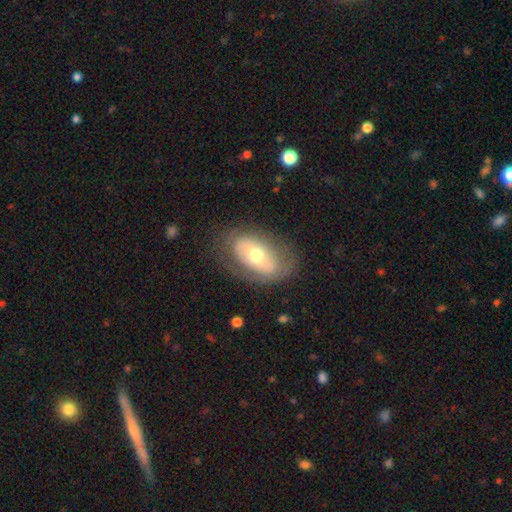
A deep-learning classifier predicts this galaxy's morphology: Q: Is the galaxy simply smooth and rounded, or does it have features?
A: smooth — 47%.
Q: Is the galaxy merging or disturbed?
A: none — 73%.